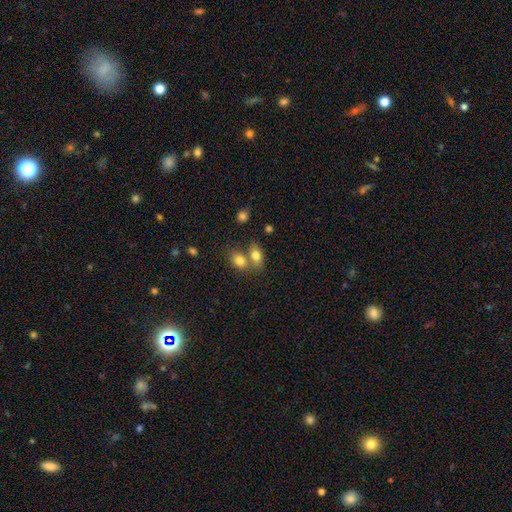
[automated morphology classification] A smooth galaxy with no disk features (79%) that is in between round and cigar-shaped (80%). Merging: merger (49%).